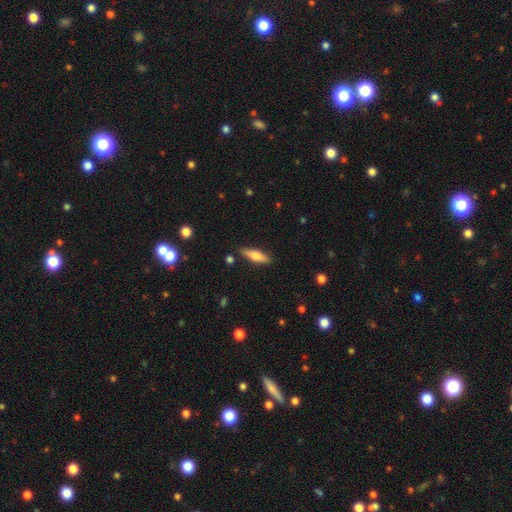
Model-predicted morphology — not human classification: Q: Smooth or featured?
A: smooth (64%); runner-up: featured or disk (30%)
Q: How rounded?
A: cigar-shaped (56%); runner-up: in between (42%)
Q: Merging?
A: none (84%); runner-up: minor disturbance (11%)